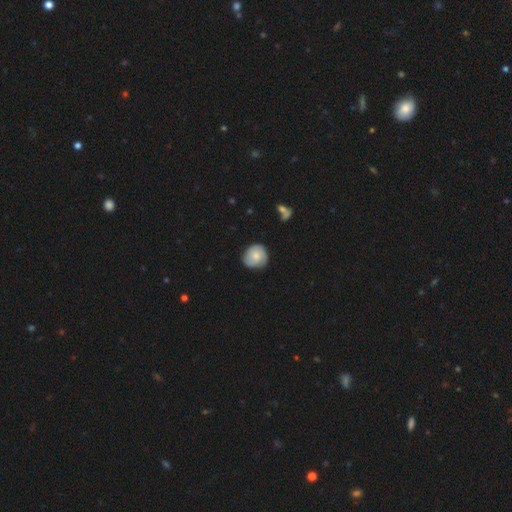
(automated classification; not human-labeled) Smooth or featured: smooth — 56% (featured or disk — 38%)
How rounded: round — 84% (in between — 15%)
Merging: none — 76% (minor disturbance — 19%)